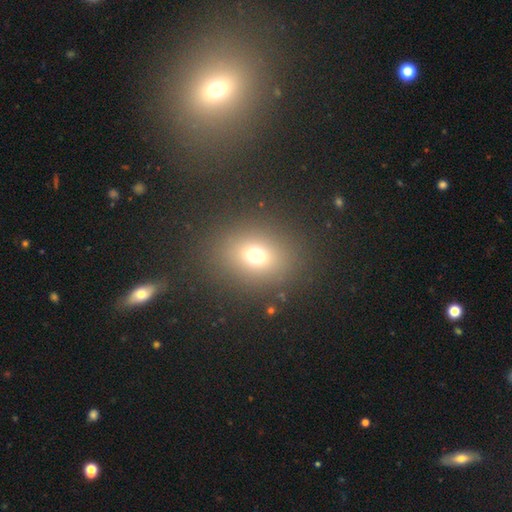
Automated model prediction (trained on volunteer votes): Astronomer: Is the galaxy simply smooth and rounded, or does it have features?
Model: smooth — 69%.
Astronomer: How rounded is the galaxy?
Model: round — 57% (runner-up: in between, 41%).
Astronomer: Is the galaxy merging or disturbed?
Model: none — 85%.